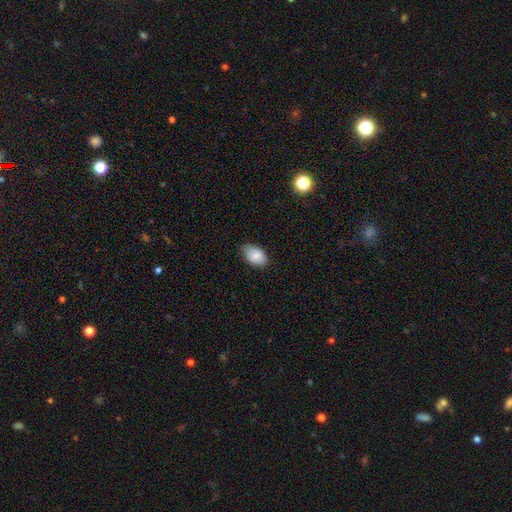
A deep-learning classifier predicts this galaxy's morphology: Smooth or featured: smooth — 85% (featured or disk — 8%)
How rounded: in between — 90% (round — 9%)
Merging: none — 71% (minor disturbance — 25%)